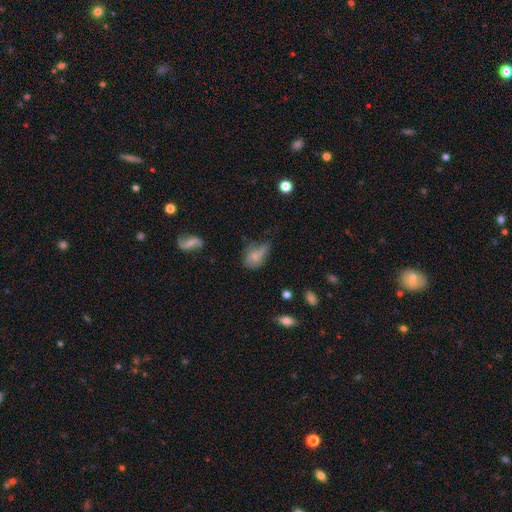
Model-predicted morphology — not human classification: Q: Smooth or featured?
A: smooth (61%); runner-up: featured or disk (28%)
Q: How rounded?
A: in between (80%); runner-up: round (17%)
Q: Merging?
A: minor disturbance (36%); runner-up: none (34%)